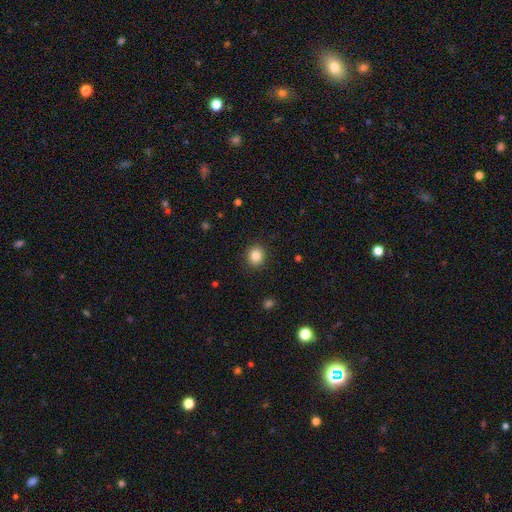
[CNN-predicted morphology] Smooth or featured: smooth — 84% (star or artifact — 10%)
How rounded: round — 82% (in between — 17%)
Merging: none — 90% (minor disturbance — 7%)